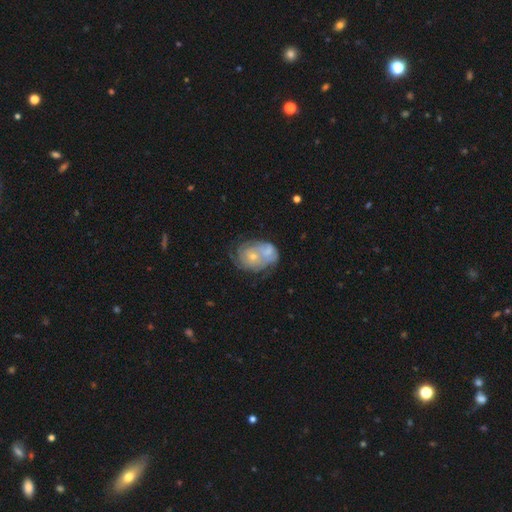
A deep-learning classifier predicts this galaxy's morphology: Q: Smooth or featured?
A: featured or disk (67%); runner-up: smooth (24%)
Q: Edge-on disk?
A: no (97%); runner-up: yes (3%)
Q: Bar?
A: no (82%); runner-up: weak (15%)
Q: Spiral arms?
A: yes (76%); runner-up: no (24%)
Q: Bulge size?
A: small (61%); runner-up: moderate (34%)
Q: Merging?
A: merger (50%); runner-up: none (30%)